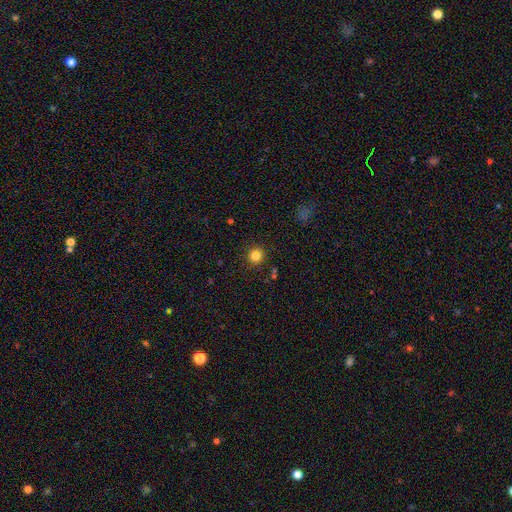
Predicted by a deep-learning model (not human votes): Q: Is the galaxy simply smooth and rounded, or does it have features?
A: smooth — 83%.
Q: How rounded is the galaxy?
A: round — 94%.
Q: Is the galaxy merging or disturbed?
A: none — 91%.